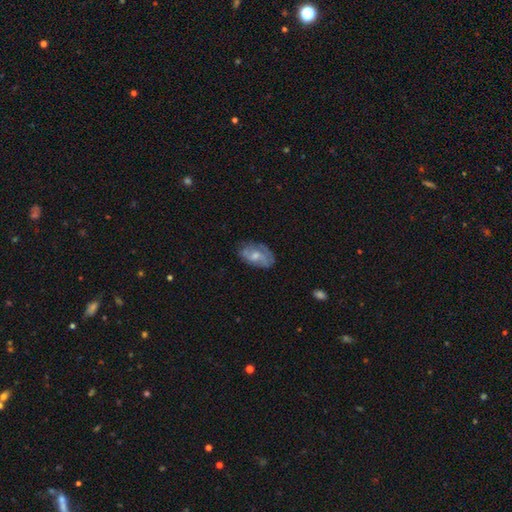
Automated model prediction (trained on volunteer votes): Morphology: type=featured or disk (48%); merging=none (61%).